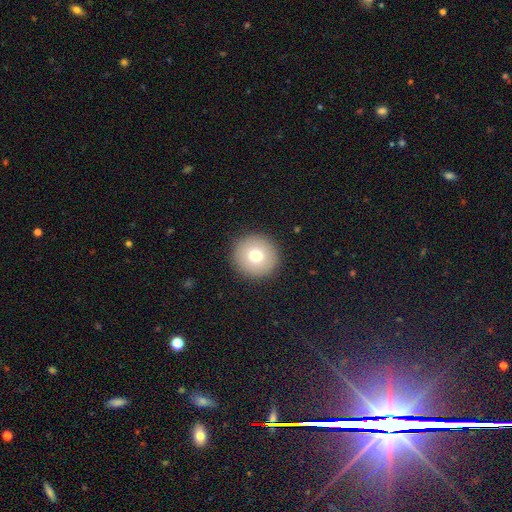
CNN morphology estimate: smooth_or_featured: smooth (p=0.74) [alt: featured or disk p=0.15]
how_rounded: round (p=0.96) [alt: in between p=0.03]
merging: none (p=0.92) [alt: minor disturbance p=0.05]